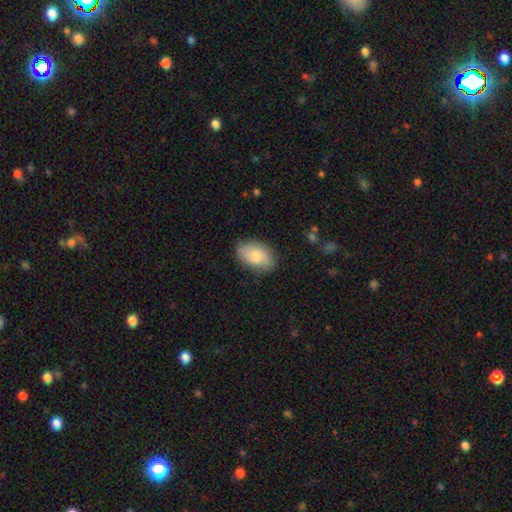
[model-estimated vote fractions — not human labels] Overall: smooth (74%). How rounded: in between (90%). Merging: none (80%).